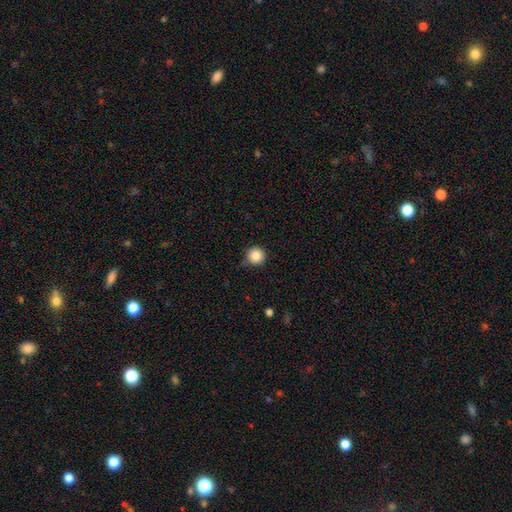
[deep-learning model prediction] Morphology: type=smooth (86%); roundness=round (96%); merging=none (81%).